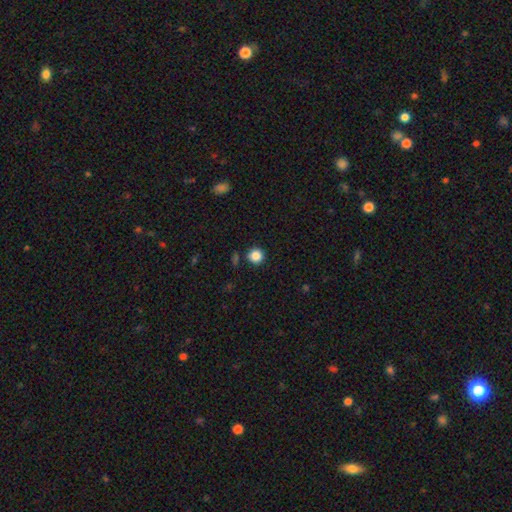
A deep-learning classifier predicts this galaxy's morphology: smooth 85%, star or artifact 11%, featured or disk 4%. Down the decision tree: how rounded — round (95%); merging — none (88%).